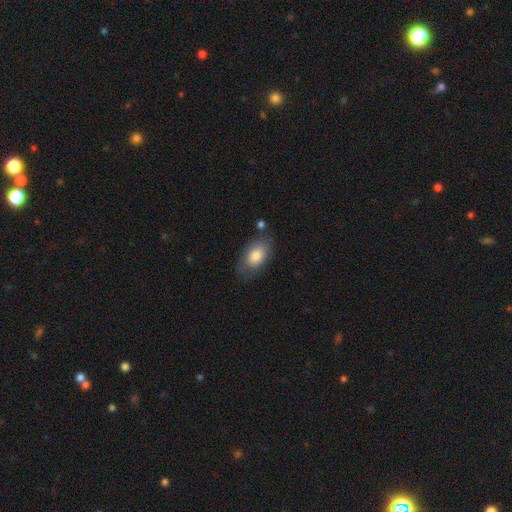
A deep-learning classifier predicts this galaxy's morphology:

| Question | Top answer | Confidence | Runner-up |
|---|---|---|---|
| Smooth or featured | smooth | 79% | featured or disk (14%) |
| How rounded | in between | 91% | round (7%) |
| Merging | none | 72% | minor disturbance (19%) |